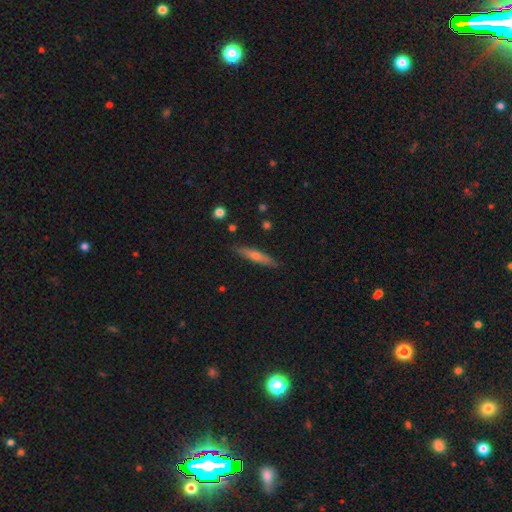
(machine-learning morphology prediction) smooth 53%, featured or disk 40%, star or artifact 7%. Down the decision tree: how rounded — cigar-shaped (90%); merging — none (88%).